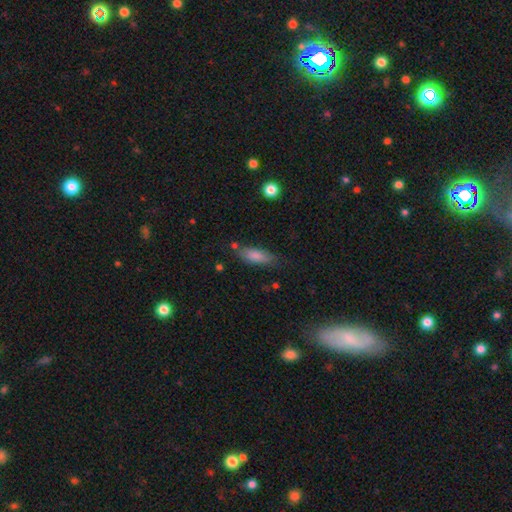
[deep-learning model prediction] Overall: smooth (83%). How rounded: in between (71%). Merging: none (69%).